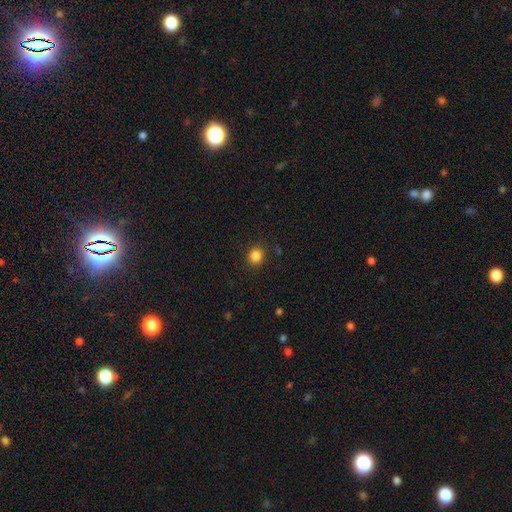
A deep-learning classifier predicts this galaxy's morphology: The model was most divided on "how rounded": round: 83%, in between: 16%, cigar-shaped: 1%. More confident: merging — none (89%); smooth or featured — smooth (85%).